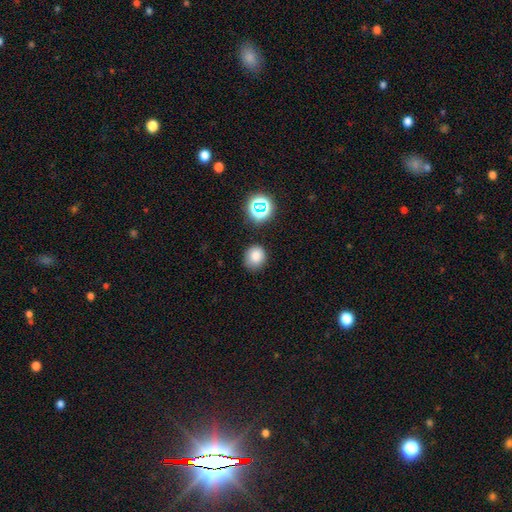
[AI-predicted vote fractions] Smooth or featured? Predicted: smooth (p=0.79). How rounded? Predicted: round (p=0.76). Merging? Predicted: none (p=0.80).